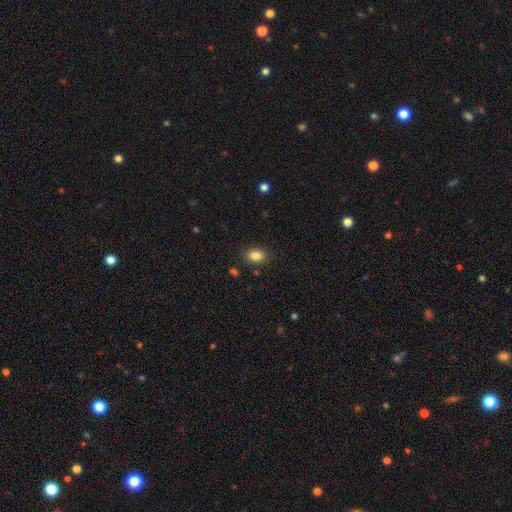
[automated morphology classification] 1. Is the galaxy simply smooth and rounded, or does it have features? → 84% smooth, 9% star or artifact, 6% featured or disk.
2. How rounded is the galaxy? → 76% in between, 22% round, 1% cigar-shaped.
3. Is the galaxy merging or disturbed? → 86% none, 10% minor disturbance, 2% major disturbance, 2% merger.